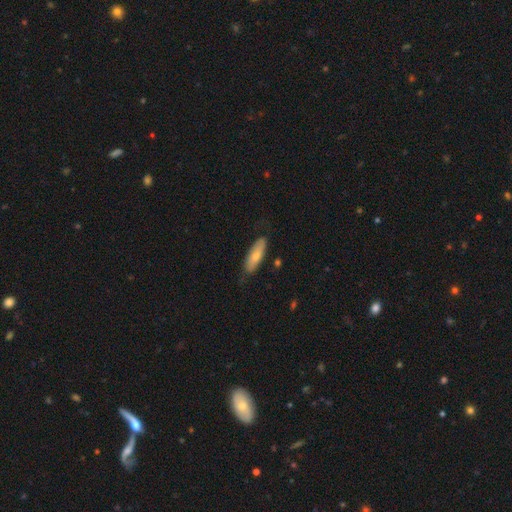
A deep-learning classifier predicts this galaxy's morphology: Q: Smooth or featured?
A: smooth (72%); runner-up: featured or disk (22%)
Q: How rounded?
A: in between (57%); runner-up: cigar-shaped (42%)
Q: Merging?
A: none (73%); runner-up: minor disturbance (21%)